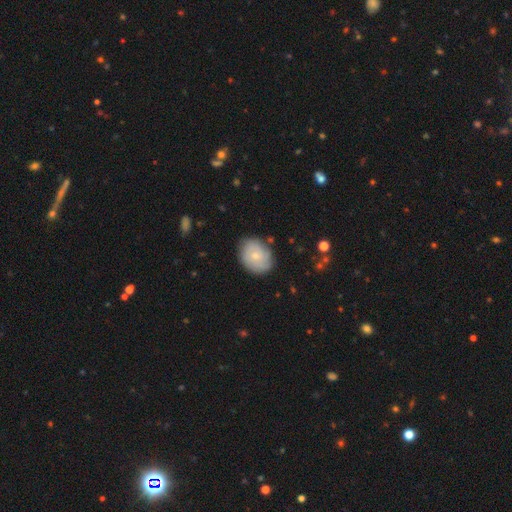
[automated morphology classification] Q: Smooth or featured?
A: smooth (55%); runner-up: featured or disk (38%)
Q: How rounded?
A: in between (54%); runner-up: round (45%)
Q: Merging?
A: none (76%); runner-up: minor disturbance (18%)